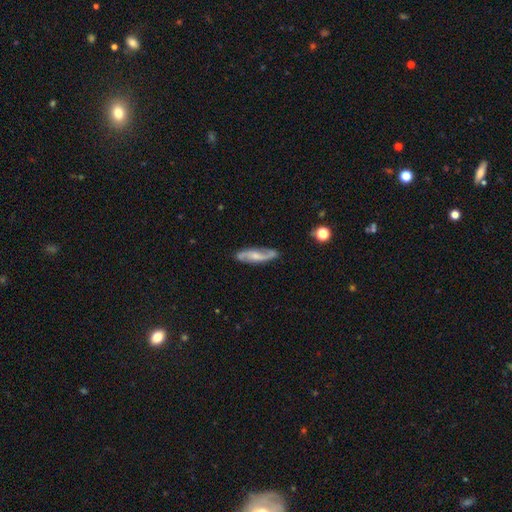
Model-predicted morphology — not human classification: Smooth or featured? Predicted: featured or disk (p=0.76). Edge-on disk? Predicted: no (p=0.85). Bar? Predicted: no (p=0.44). Spiral arms? Predicted: yes (p=0.94). Spiral winding? Predicted: loose (p=0.53). Spiral arm count? Predicted: 2 (p=0.91). Bulge size? Predicted: small (p=0.48). Merging? Predicted: none (p=0.80).